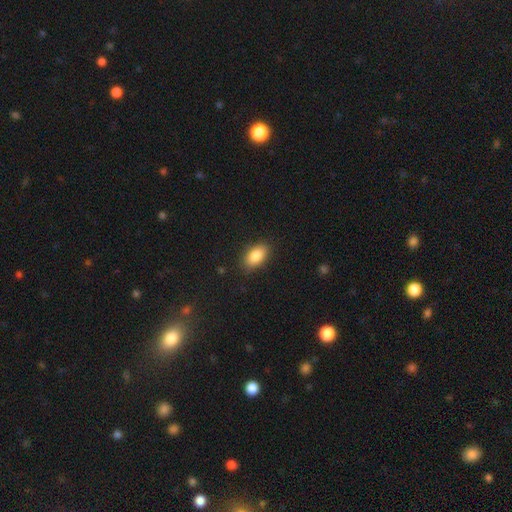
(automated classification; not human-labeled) Q: Smooth or featured?
A: smooth (86%); runner-up: star or artifact (7%)
Q: How rounded?
A: in between (90%); runner-up: round (7%)
Q: Merging?
A: none (85%); runner-up: minor disturbance (11%)